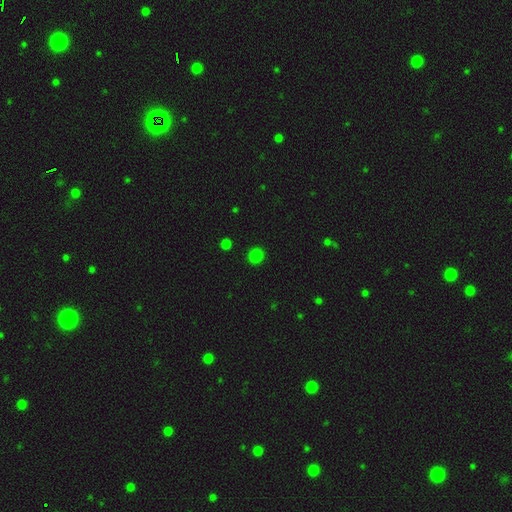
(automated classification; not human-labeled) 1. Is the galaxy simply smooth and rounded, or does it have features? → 82% smooth, 15% star or artifact, 3% featured or disk.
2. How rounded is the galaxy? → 86% round, 13% in between, 1% cigar-shaped.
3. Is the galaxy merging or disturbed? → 91% none, 6% minor disturbance, 2% major disturbance, 2% merger.